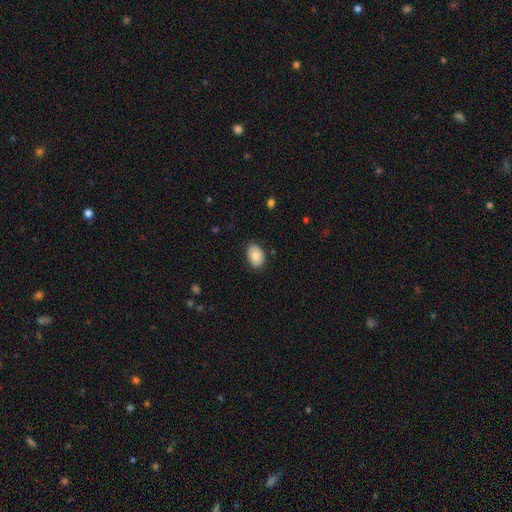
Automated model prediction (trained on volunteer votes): Smooth or featured? Predicted: smooth (p=0.82). How rounded? Predicted: in between (p=0.86). Merging? Predicted: none (p=0.83).